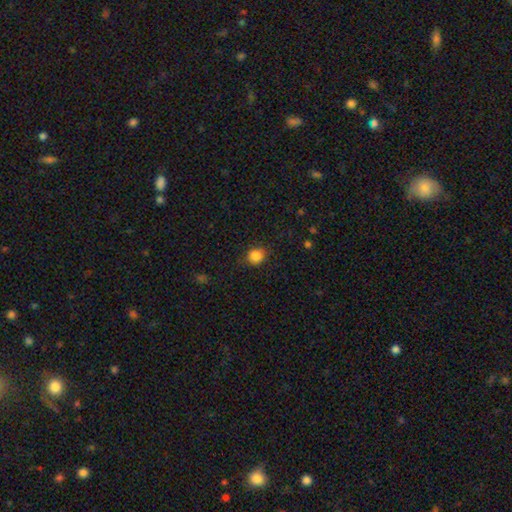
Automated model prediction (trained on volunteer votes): Smooth or featured?
  - smooth: 86% *
  - star or artifact: 10%
  - featured or disk: 4%
How rounded?
  - round: 75% *
  - in between: 24%
  - cigar-shaped: 1%
Merging?
  - none: 82% *
  - minor disturbance: 14%
  - major disturbance: 4%
  - merger: 1%